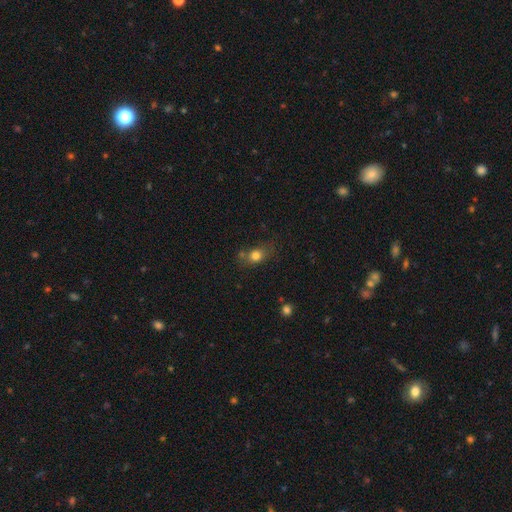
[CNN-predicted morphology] A smooth galaxy with no disk features (77%) that is in between round and cigar-shaped (52%).

Vote fractions:
- Smooth or featured? smooth: 77% / star or artifact: 12% / featured or disk: 11%
- How rounded? in between: 52% / round: 44% / cigar-shaped: 4%
- Merging? none: 57% / minor disturbance: 23% / merger: 11% / major disturbance: 9%